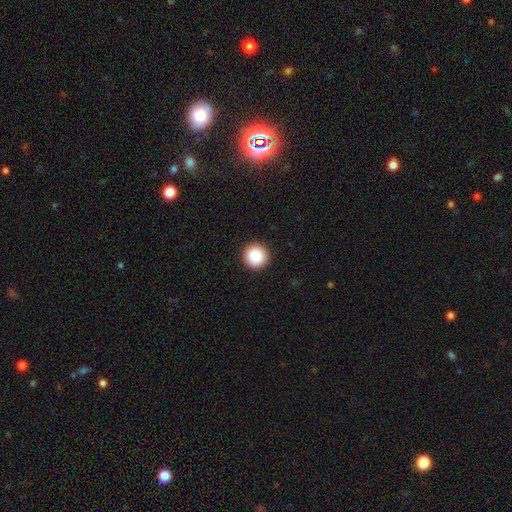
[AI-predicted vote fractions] This is clearly a smooth galaxy (88%). How rounded: clearly round (96%). Merging: clearly none (93%).